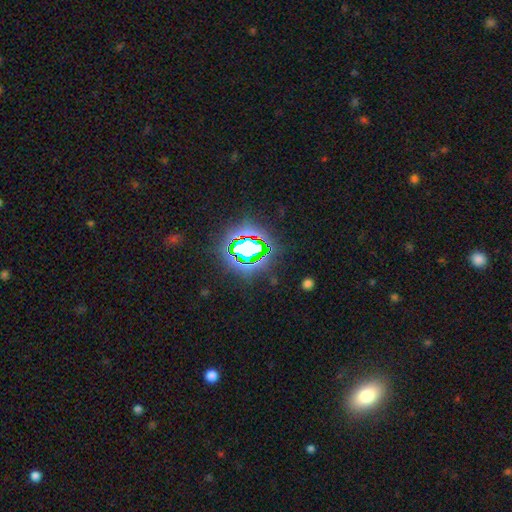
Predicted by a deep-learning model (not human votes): A star or artifact, not a galaxy (73%).

Vote fractions:
- Smooth or featured? star or artifact: 73% / smooth: 17% / featured or disk: 11%